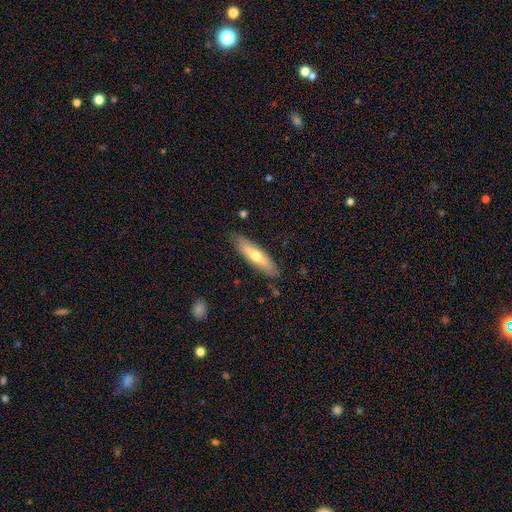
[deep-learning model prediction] Overall: smooth (52%; featured or disk 42%). How rounded: cigar-shaped (68%; in between 30%). Merging: none (84%).